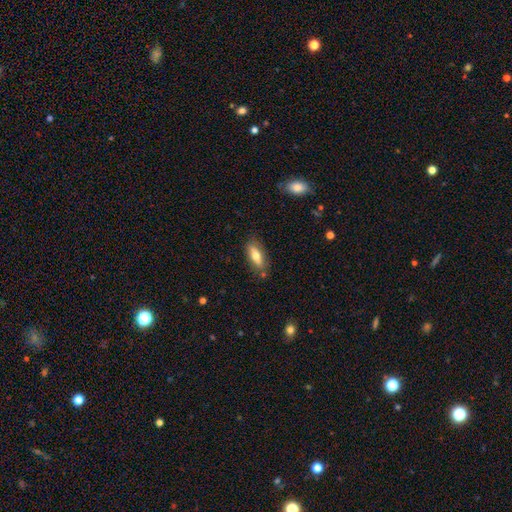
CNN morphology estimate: This is likely a smooth galaxy (67%). How rounded: likely in between (73%). Merging: likely none (77%).